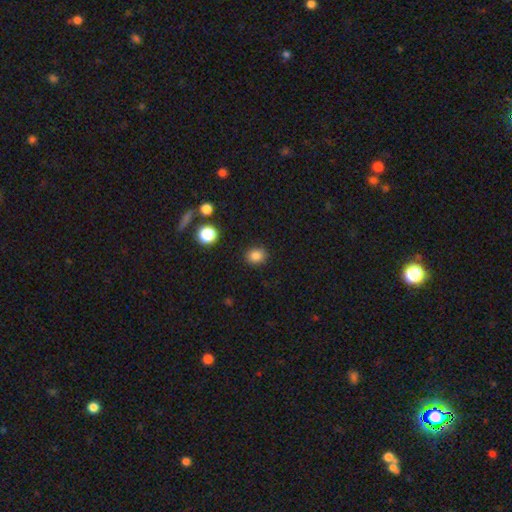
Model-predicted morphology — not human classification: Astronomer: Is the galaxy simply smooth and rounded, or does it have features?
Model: smooth — 85%.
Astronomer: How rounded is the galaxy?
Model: round — 68%.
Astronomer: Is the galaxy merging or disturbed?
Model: none — 87%.